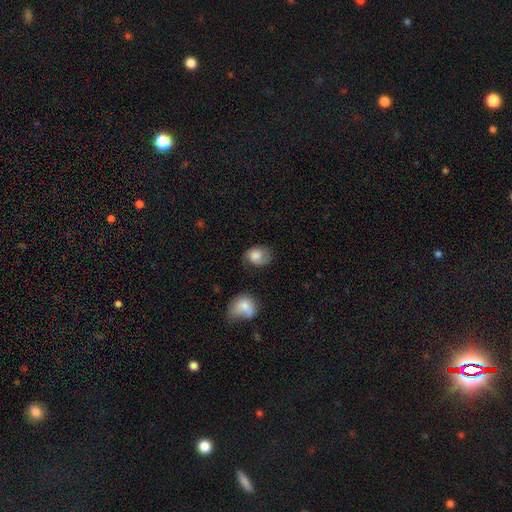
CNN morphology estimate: A smooth galaxy with no disk features (69%) that is in between round and cigar-shaped (54%). Merging: none (53%).